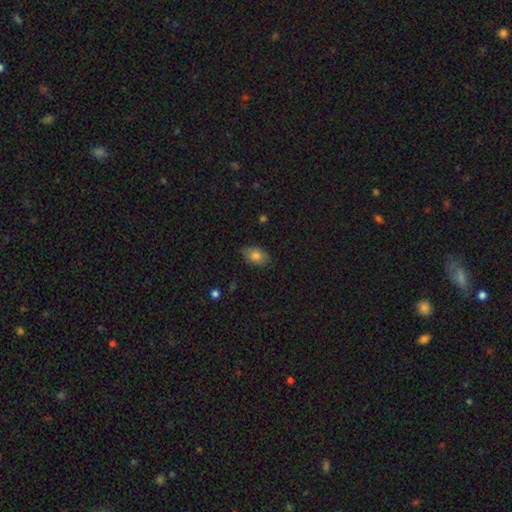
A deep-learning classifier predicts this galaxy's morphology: The model was most divided on "merging": none: 84%, minor disturbance: 12%, major disturbance: 3%, merger: 1%. More confident: how rounded — in between (89%); smooth or featured — smooth (82%).